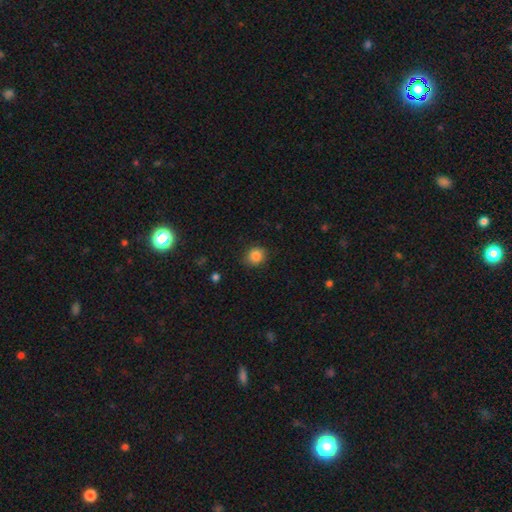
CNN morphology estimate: The model was most divided on "how rounded": round: 78%, in between: 21%, cigar-shaped: 1%. More confident: smooth or featured — smooth (86%); merging — none (82%).